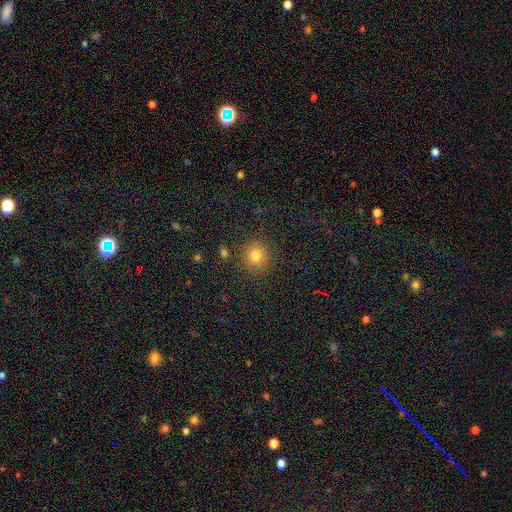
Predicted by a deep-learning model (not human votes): This appears to be a smooth galaxy with no disk features (79%) that is round (89%). Merging: none (88%).